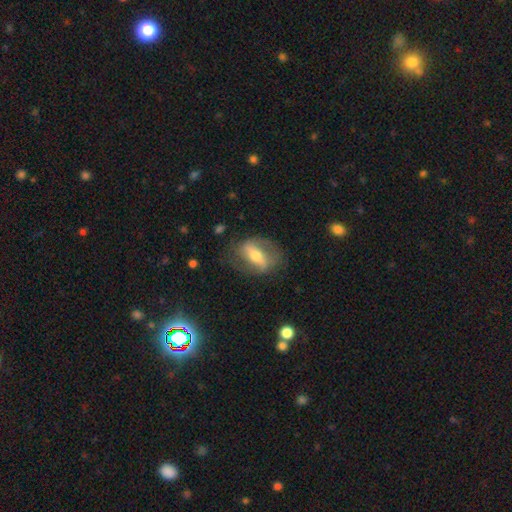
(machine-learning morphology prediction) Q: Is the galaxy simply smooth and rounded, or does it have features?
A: featured or disk — 64%.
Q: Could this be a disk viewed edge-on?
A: no — 83%.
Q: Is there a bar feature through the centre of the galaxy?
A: strong — 63%.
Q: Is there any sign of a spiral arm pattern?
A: yes — 57%.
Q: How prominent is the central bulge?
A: moderate — 63%.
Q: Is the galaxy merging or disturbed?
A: none — 70%.